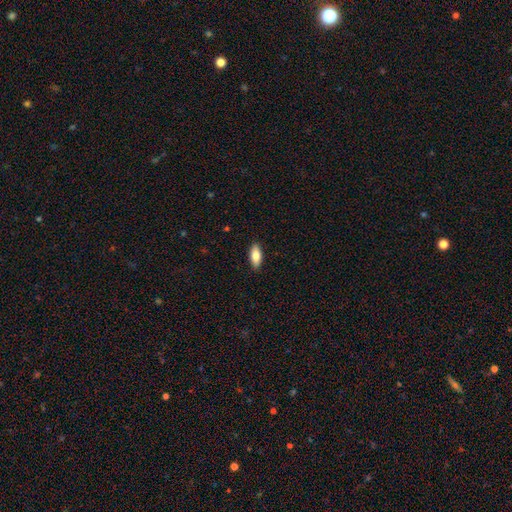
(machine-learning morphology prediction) Q: Smooth or featured?
A: smooth (83%); runner-up: featured or disk (11%)
Q: How rounded?
A: in between (82%); runner-up: cigar-shaped (16%)
Q: Merging?
A: none (89%); runner-up: minor disturbance (8%)